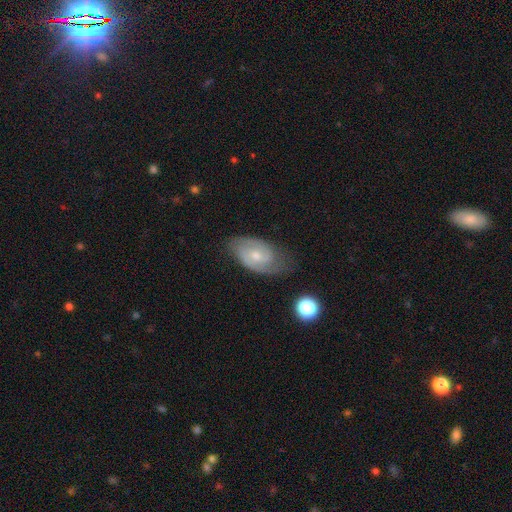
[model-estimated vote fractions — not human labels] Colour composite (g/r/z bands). It shows a featured or disk galaxy (78%) with no bar (51%), 2 (81%) medium (45%) spiral arms (95%) and a small central bulge (52%). Merging: none (70%).